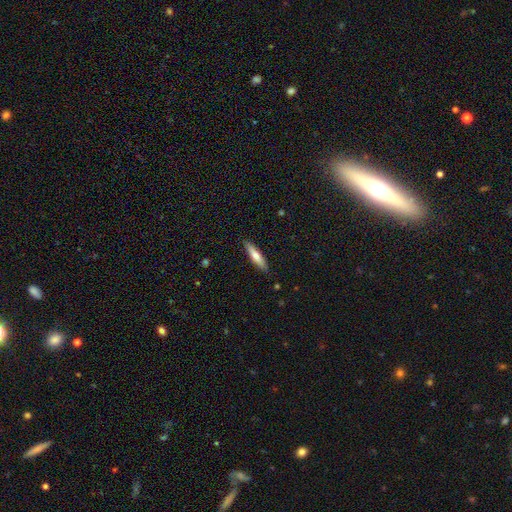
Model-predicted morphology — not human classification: Smooth or featured?
  - smooth: 59% *
  - featured or disk: 35%
  - star or artifact: 6%
How rounded?
  - cigar-shaped: 82% *
  - in between: 16%
  - round: 2%
Merging?
  - none: 89% *
  - minor disturbance: 8%
  - major disturbance: 2%
  - merger: 1%